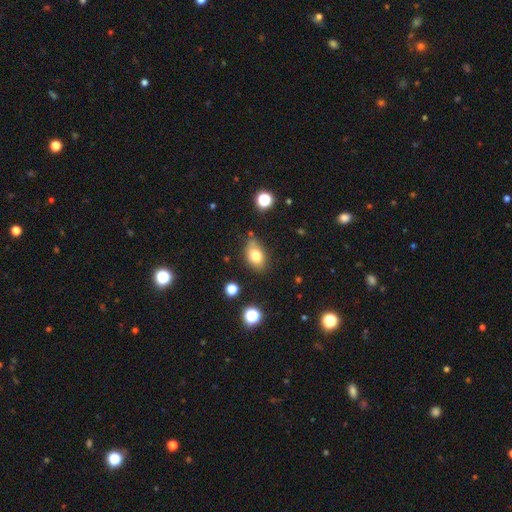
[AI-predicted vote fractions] smooth_or_featured: smooth (p=0.77) [alt: featured or disk p=0.13]
how_rounded: in between (p=0.82) [alt: round p=0.16]
merging: none (p=0.70) [alt: minor disturbance p=0.21]